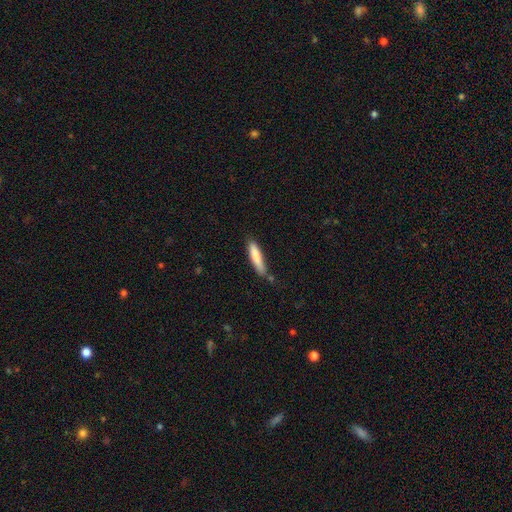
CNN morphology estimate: smooth 82%, featured or disk 12%, star or artifact 6%. Down the decision tree: how rounded — cigar-shaped (84%); merging — none (70%).